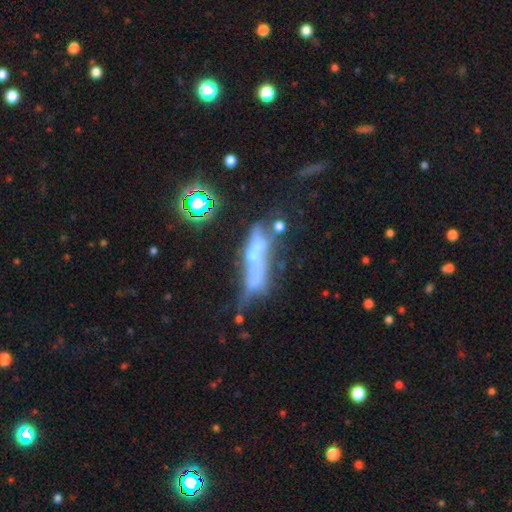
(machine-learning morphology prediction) Smooth or featured? Predicted: featured or disk (p=0.53). Edge-on disk? Predicted: no (p=0.62). Merging? Predicted: merger (p=0.28).